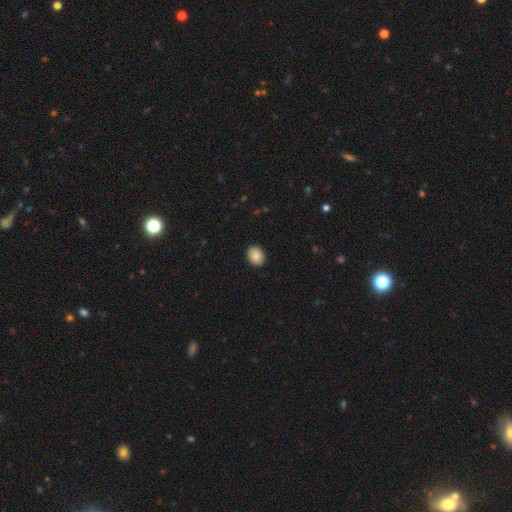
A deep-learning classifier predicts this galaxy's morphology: A smooth galaxy with no disk features (87%) that is in between round and cigar-shaped (55%).

Vote fractions:
- Smooth or featured? smooth: 87% / star or artifact: 8% / featured or disk: 5%
- How rounded? in between: 55% / round: 44% / cigar-shaped: 1%
- Merging? none: 90% / minor disturbance: 7% / major disturbance: 2% / merger: 1%